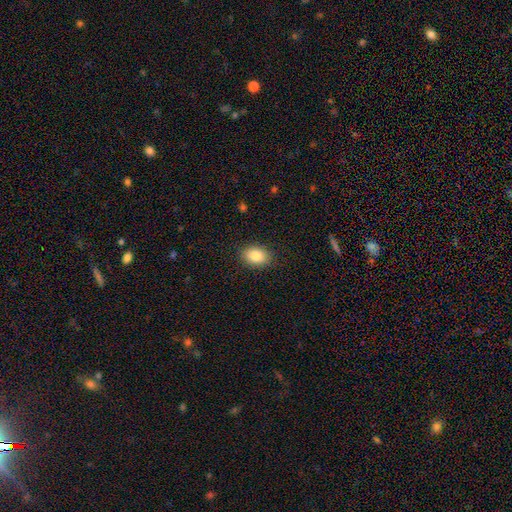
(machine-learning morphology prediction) Overall: smooth (86%). How rounded: in between (78%). Merging: none (88%).